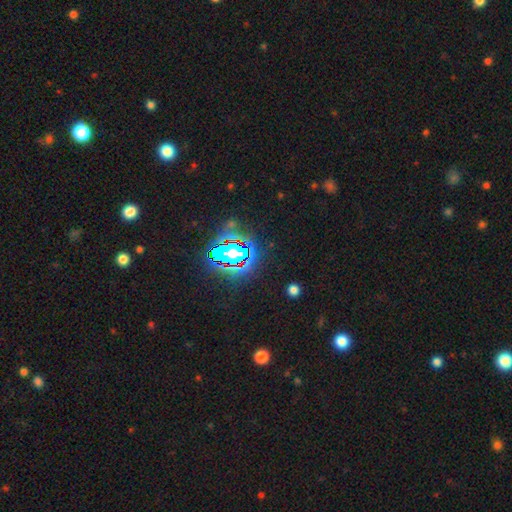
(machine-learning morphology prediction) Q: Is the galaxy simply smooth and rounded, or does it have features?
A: star or artifact — 79%.